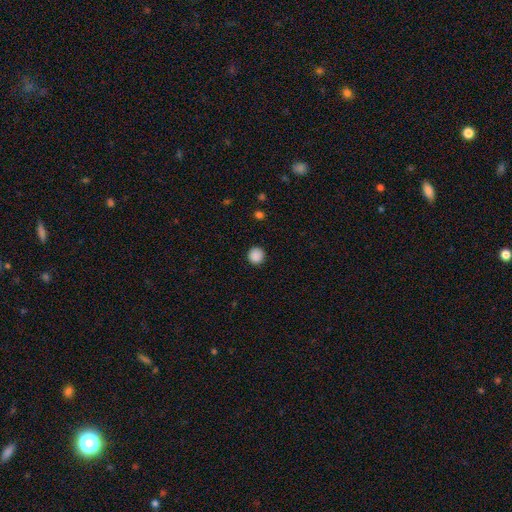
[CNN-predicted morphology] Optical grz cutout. It shows a smooth galaxy with no disk features (88%) that is round (94%). Merging: none (92%).